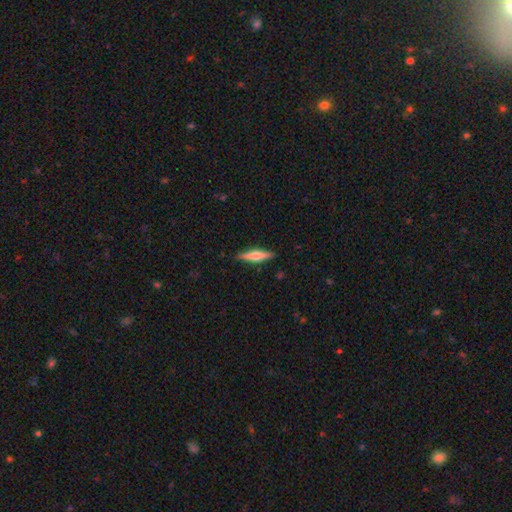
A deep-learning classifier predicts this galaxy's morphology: smooth 49%, featured or disk 45%, star or artifact 6%. Down the decision tree: merging — none (89%).